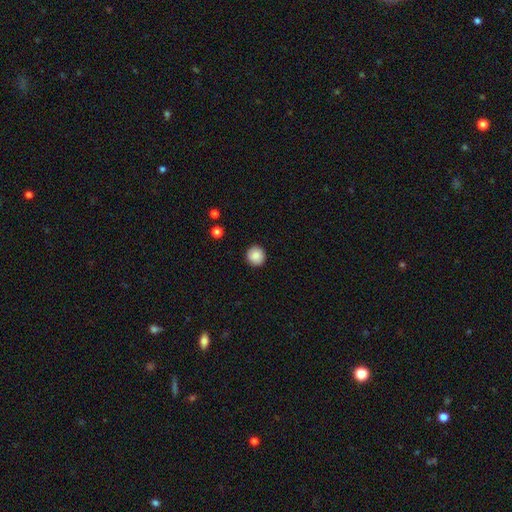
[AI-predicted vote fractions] This appears to be a smooth galaxy with no disk features (88%) that is round (94%). Merging: none (92%).